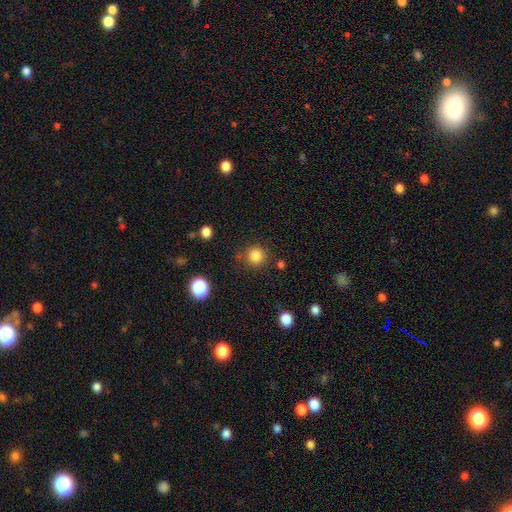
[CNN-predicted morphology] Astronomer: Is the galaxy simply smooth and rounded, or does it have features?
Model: smooth — 84%.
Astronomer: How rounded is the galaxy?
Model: round — 94%.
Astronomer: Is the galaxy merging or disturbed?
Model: none — 84%.